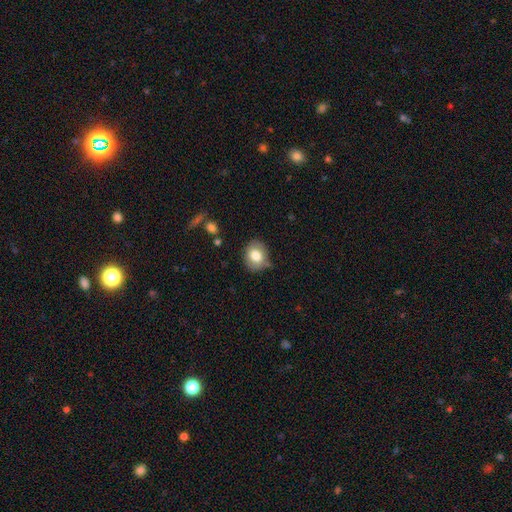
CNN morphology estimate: Overall: smooth (78%). How rounded: round (56%; in between 43%). Merging: none (74%).